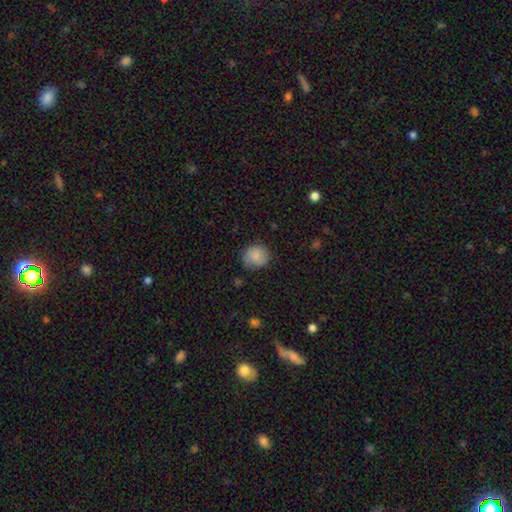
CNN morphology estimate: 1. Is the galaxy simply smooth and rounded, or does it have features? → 85% smooth, 8% star or artifact, 7% featured or disk.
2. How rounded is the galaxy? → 88% round, 12% in between, 1% cigar-shaped.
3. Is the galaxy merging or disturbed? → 74% none, 20% minor disturbance, 5% major disturbance, 1% merger.